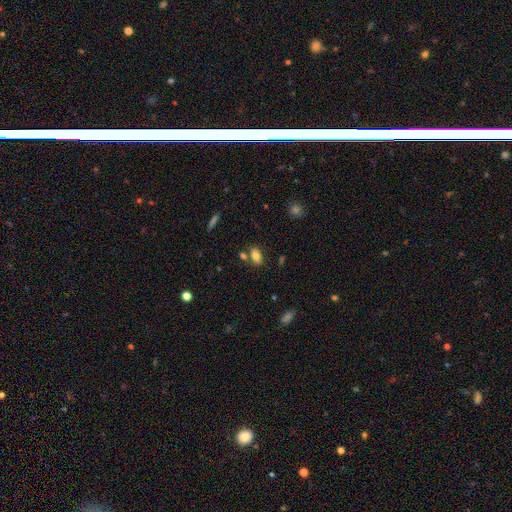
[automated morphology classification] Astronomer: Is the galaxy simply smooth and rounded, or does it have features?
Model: smooth — 79%.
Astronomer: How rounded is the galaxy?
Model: in between — 89%.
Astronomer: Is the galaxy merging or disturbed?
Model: none — 71%.